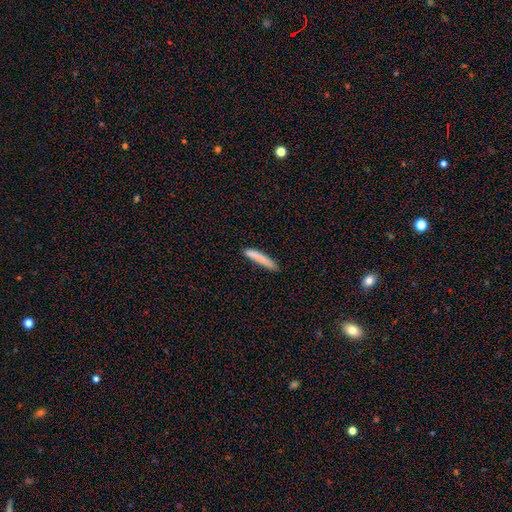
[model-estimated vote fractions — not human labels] smooth_or_featured: smooth (p=0.82) [alt: featured or disk p=0.11]
how_rounded: cigar-shaped (p=0.93) [alt: in between p=0.05]
merging: none (p=0.82) [alt: minor disturbance p=0.13]